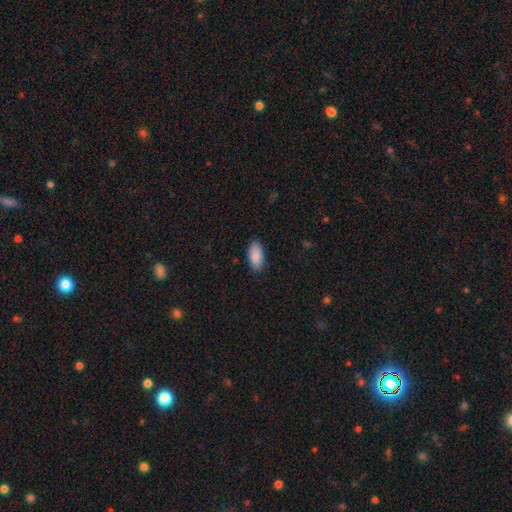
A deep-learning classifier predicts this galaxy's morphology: type=smooth (89%); roundness=in between (92%); merging=none (87%).